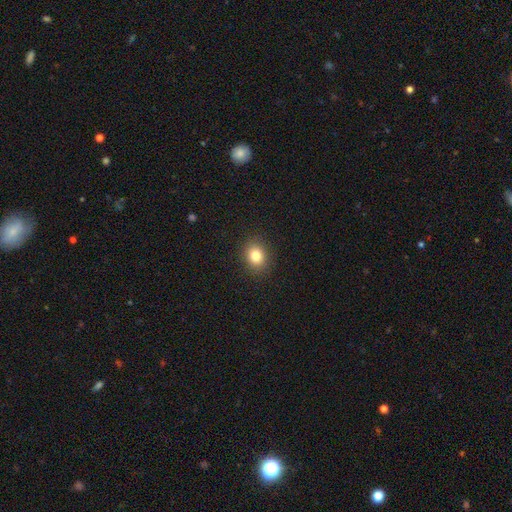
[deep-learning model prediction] Smooth or featured?
  - smooth: 81% *
  - star or artifact: 11%
  - featured or disk: 7%
How rounded?
  - round: 59% *
  - in between: 40%
  - cigar-shaped: 1%
Merging?
  - none: 90% *
  - minor disturbance: 7%
  - major disturbance: 2%
  - merger: 1%